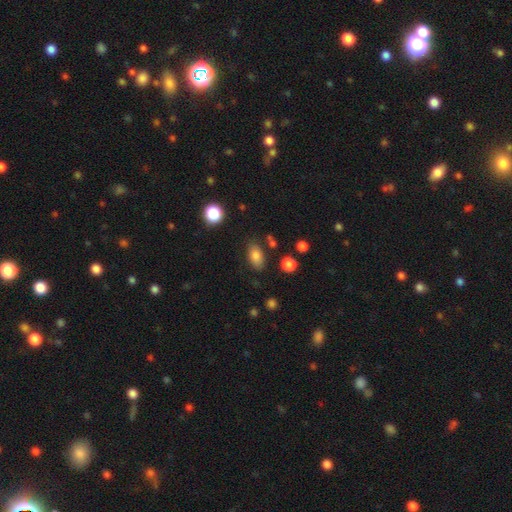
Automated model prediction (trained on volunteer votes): smooth-or-featured: smooth: 82% | star or artifact: 9% | featured or disk: 9%
  how-rounded: in between: 88% | round: 8% | cigar-shaped: 4%
  merging: none: 79% | minor disturbance: 13% | merger: 4% | major disturbance: 4%